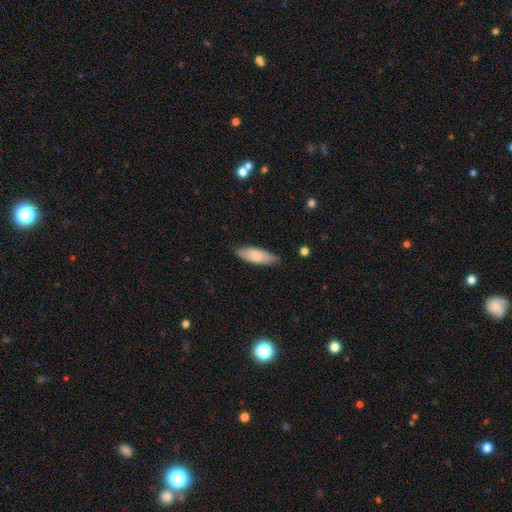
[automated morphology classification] Smooth or featured: smooth — 78% (featured or disk — 16%)
How rounded: in between — 55% (cigar-shaped — 44%)
Merging: none — 82% (minor disturbance — 14%)